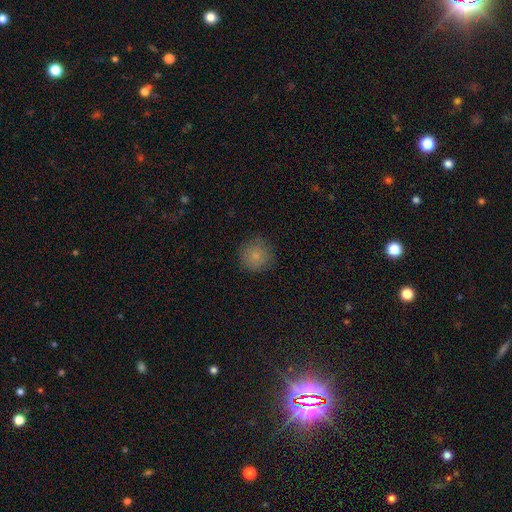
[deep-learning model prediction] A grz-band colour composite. It shows a smooth galaxy with no disk features (80%) that is round (94%). Merging: none (83%).